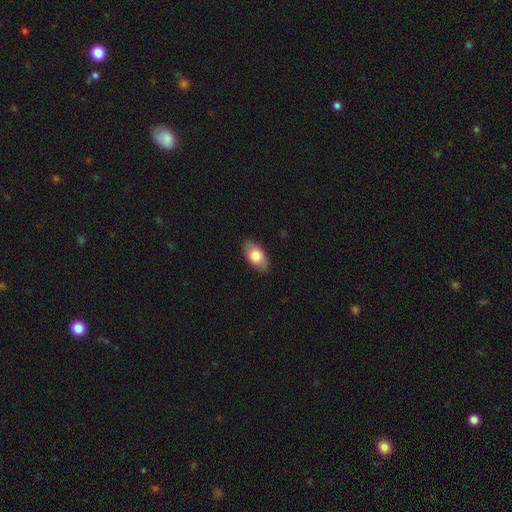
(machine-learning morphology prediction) A smooth galaxy with no disk features (76%) that is in between round and cigar-shaped (91%).

Vote fractions:
- Smooth or featured? smooth: 76% / featured or disk: 18% / star or artifact: 6%
- How rounded? in between: 91% / round: 5% / cigar-shaped: 3%
- Merging? none: 85% / minor disturbance: 12% / major disturbance: 3% / merger: 1%